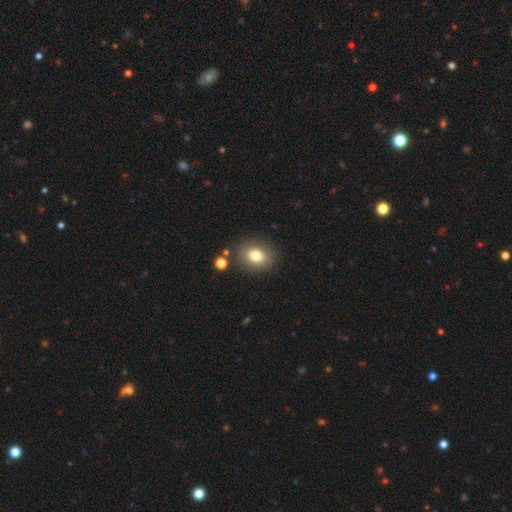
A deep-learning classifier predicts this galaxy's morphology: smooth 78%, featured or disk 11%, star or artifact 11%. Down the decision tree: how rounded — round (50%); merging — none (83%).